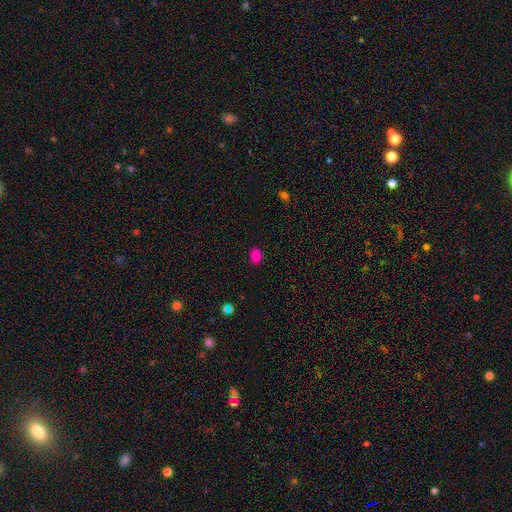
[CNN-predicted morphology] A smooth galaxy with no disk features (83%) that is in between round and cigar-shaped (60%). Merging: none (88%).